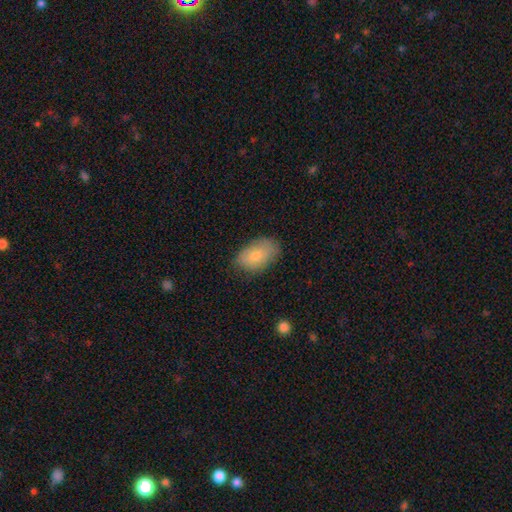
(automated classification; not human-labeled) smooth 78%, featured or disk 15%, star or artifact 7%. Down the decision tree: how rounded — in between (92%); merging — none (76%).